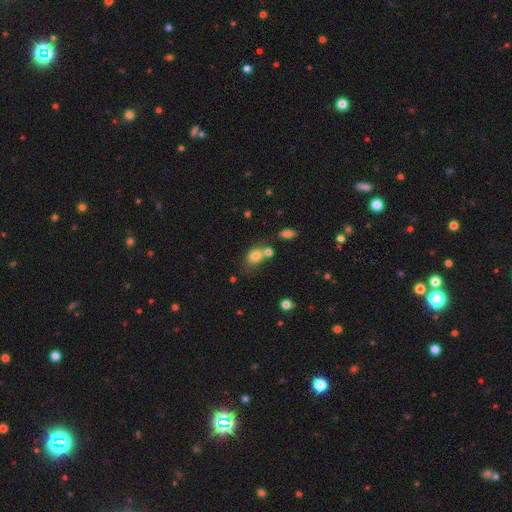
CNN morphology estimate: A smooth galaxy with no disk features (79%) that is in between round and cigar-shaped (60%). Merging: none (49%).